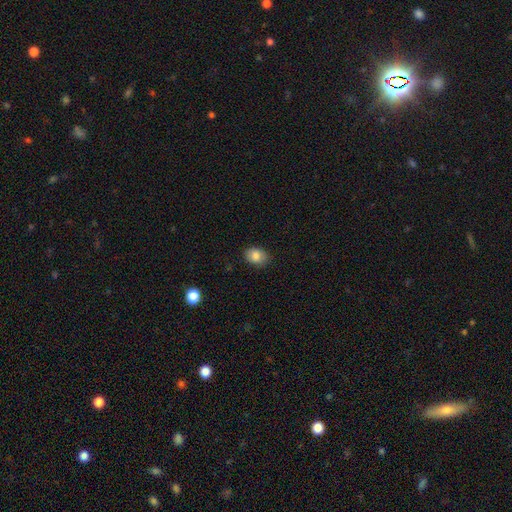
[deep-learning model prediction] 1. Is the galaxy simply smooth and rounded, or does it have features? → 84% smooth, 8% star or artifact, 8% featured or disk.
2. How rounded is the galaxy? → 69% in between, 30% round, 1% cigar-shaped.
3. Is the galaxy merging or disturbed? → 85% none, 11% minor disturbance, 2% major disturbance, 1% merger.